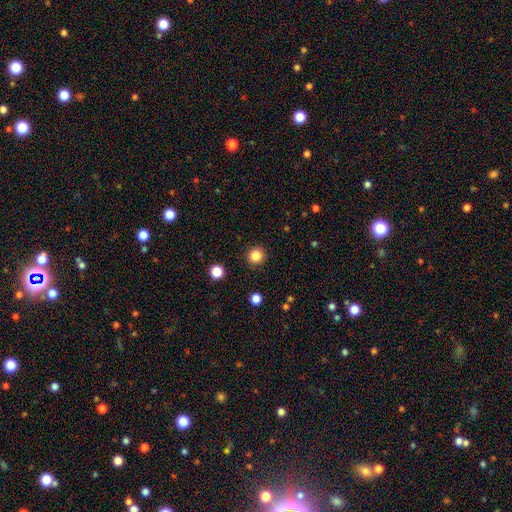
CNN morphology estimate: Smooth or featured: smooth — 84% (star or artifact — 12%)
How rounded: round — 94% (in between — 5%)
Merging: none — 92% (minor disturbance — 5%)